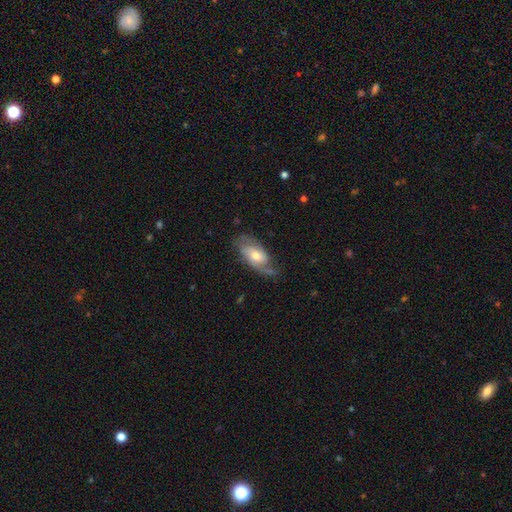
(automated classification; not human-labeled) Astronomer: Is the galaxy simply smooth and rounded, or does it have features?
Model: featured or disk — 71%.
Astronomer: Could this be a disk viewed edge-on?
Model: no — 92%.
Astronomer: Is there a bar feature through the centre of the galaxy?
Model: no — 57% (runner-up: weak, 34%).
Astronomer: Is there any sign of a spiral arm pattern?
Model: yes — 90%.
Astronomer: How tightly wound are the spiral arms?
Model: medium — 43% (runner-up: tight, 29%).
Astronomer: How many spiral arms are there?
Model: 2 — 66%.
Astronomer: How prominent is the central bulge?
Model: moderate — 61%.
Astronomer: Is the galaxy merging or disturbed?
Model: none — 64%.